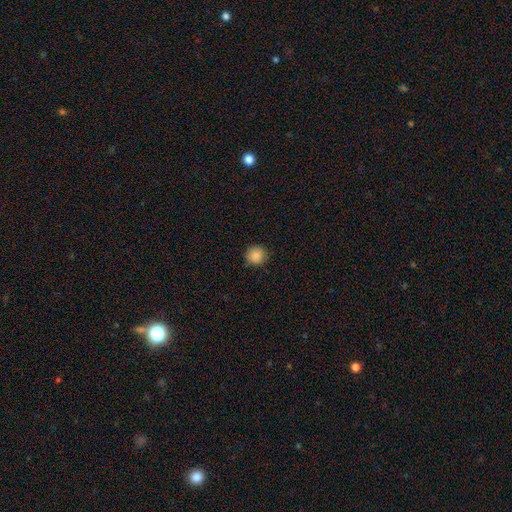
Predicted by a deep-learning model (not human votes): This appears to be a smooth galaxy with no disk features (86%) that is round (93%). Merging: none (87%).